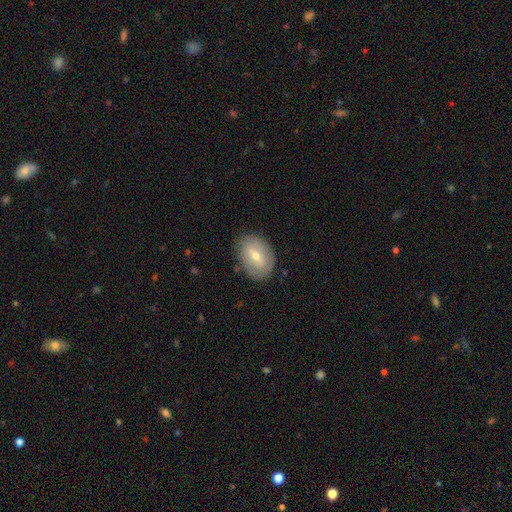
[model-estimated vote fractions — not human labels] Smooth or featured: smooth — 51% (featured or disk — 41%)
How rounded: in between — 79% (round — 19%)
Merging: none — 83% (minor disturbance — 13%)